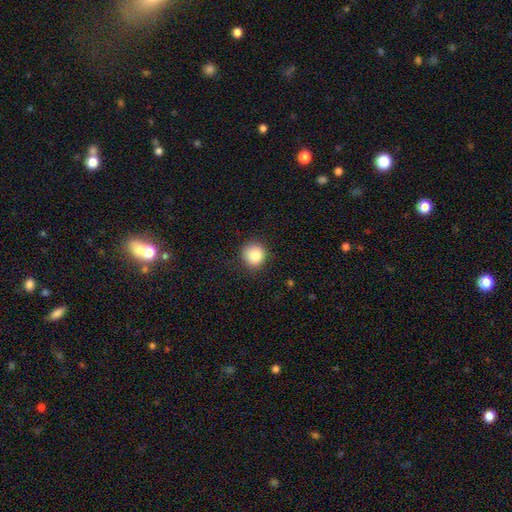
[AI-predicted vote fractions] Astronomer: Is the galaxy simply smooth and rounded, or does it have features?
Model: smooth — 85%.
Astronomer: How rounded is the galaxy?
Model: round — 88%.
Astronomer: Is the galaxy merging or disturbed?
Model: none — 83%.